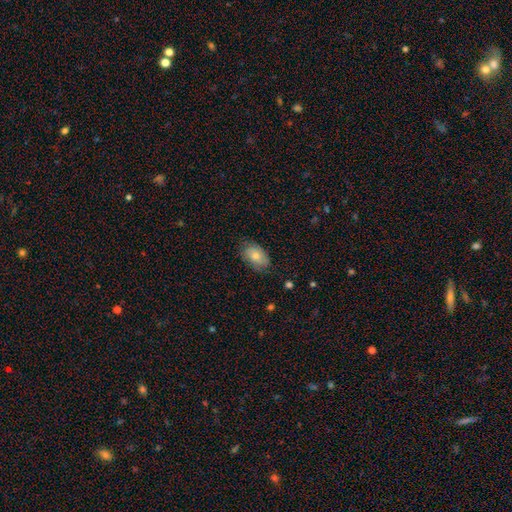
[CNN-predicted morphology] Overall: smooth (71%). How rounded: in between (89%). Merging: none (74%).